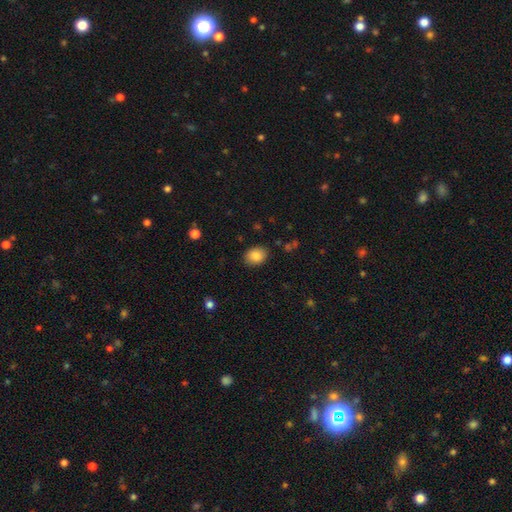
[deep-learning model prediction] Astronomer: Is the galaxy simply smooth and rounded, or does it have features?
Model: smooth — 85%.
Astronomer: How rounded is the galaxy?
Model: in between — 61% (runner-up: round, 38%).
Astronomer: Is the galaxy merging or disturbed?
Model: none — 87%.